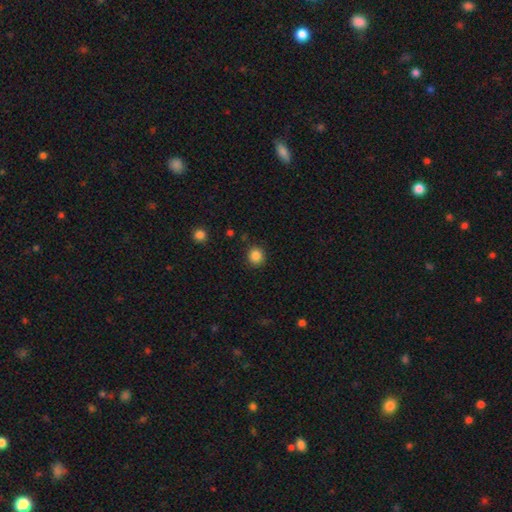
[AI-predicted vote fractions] smooth 86%, star or artifact 11%, featured or disk 4%. Down the decision tree: how rounded — round (90%); merging — none (89%).